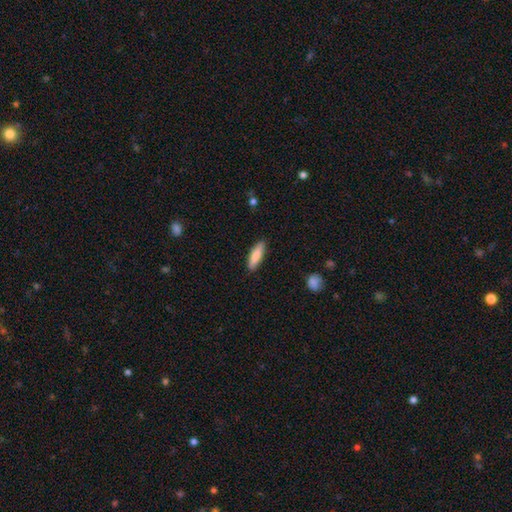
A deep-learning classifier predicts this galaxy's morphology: Q: Smooth or featured?
A: smooth (84%); runner-up: featured or disk (10%)
Q: How rounded?
A: cigar-shaped (63%); runner-up: in between (35%)
Q: Merging?
A: none (88%); runner-up: minor disturbance (9%)